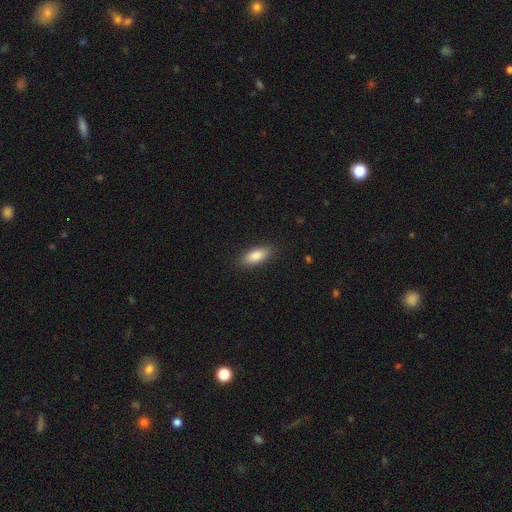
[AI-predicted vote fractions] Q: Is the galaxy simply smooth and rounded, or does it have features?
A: smooth — 86%.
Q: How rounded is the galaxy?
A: in between — 80%.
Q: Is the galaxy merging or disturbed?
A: none — 88%.